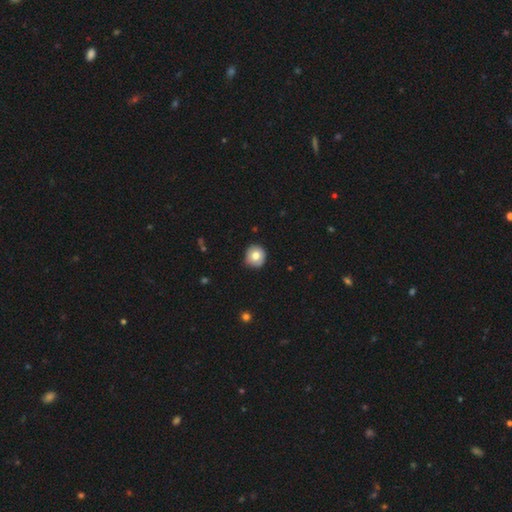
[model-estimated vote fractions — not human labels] Morphology: type=smooth (76%); roundness=round (92%); merging=none (87%).